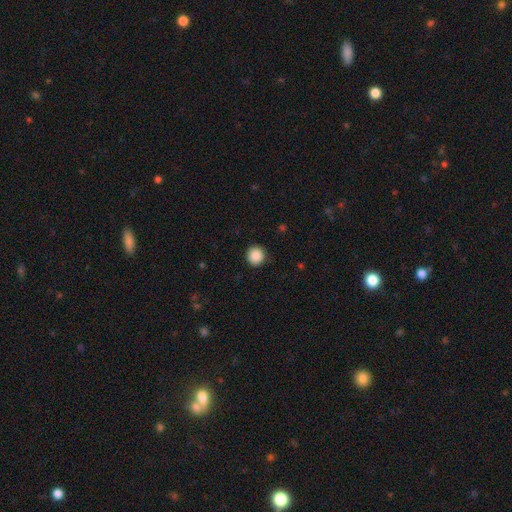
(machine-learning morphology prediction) This is clearly a smooth galaxy (88%). How rounded: clearly round (93%). Merging: clearly none (92%).